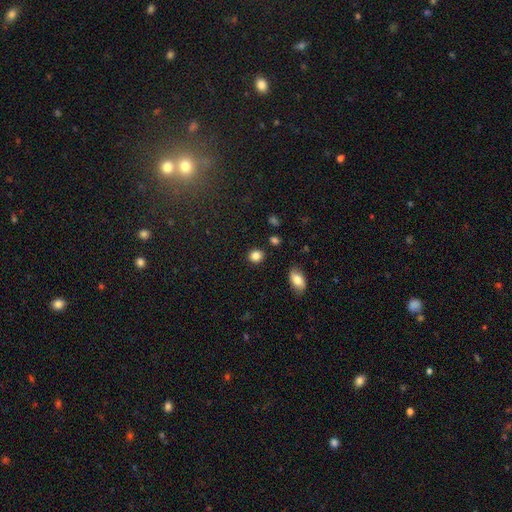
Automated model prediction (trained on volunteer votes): Smooth or featured: smooth — 85% (star or artifact — 10%)
How rounded: round — 72% (in between — 26%)
Merging: none — 88% (minor disturbance — 8%)